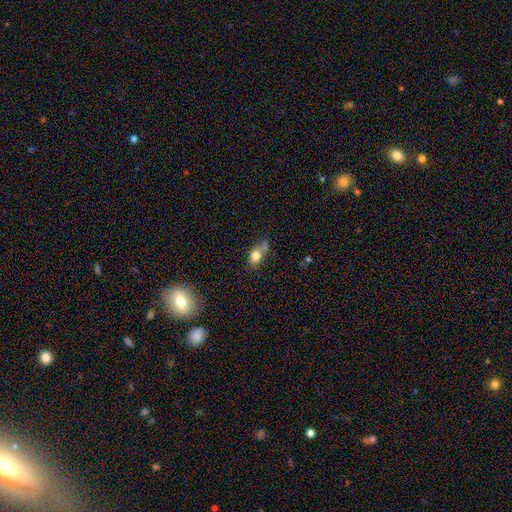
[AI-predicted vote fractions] Smooth or featured?
  - smooth: 76% *
  - featured or disk: 14%
  - star or artifact: 10%
How rounded?
  - in between: 71% *
  - round: 24%
  - cigar-shaped: 6%
Merging?
  - none: 43% *
  - minor disturbance: 24%
  - merger: 24%
  - major disturbance: 9%